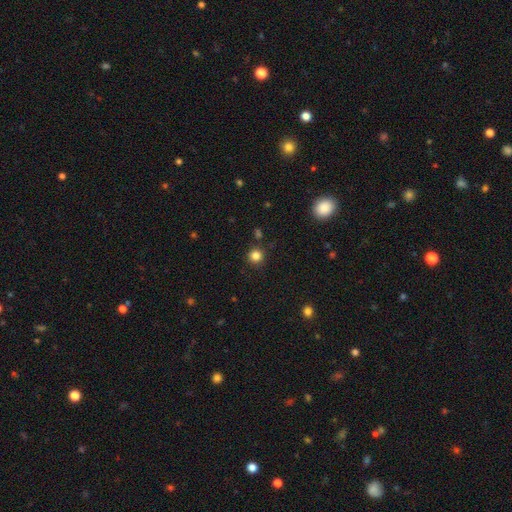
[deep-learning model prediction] smooth_or_featured: smooth (p=0.83) [alt: star or artifact p=0.13]
how_rounded: round (p=0.94) [alt: in between p=0.05]
merging: none (p=0.88) [alt: minor disturbance p=0.07]